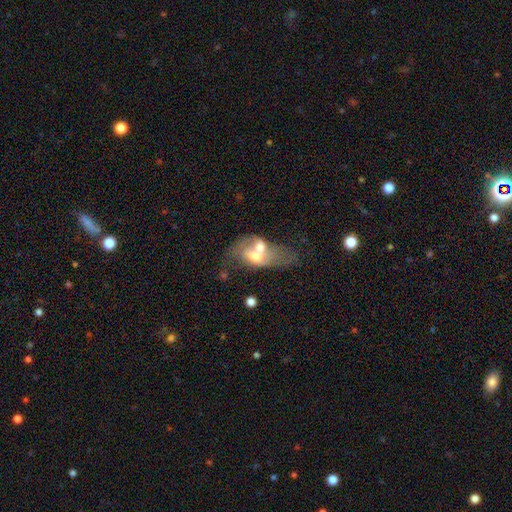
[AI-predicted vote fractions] Smooth or featured? featured or disk (56%)
Edge-on disk? no (94%)
Bar? no (68%)
Spiral arms? no (57%)
Bulge size? moderate (61%)
Merging? merger (63%)